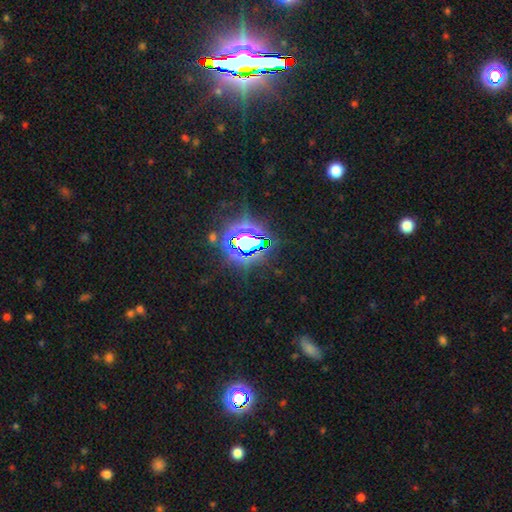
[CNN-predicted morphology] This appears to be a star or artifact, not a galaxy (84%).